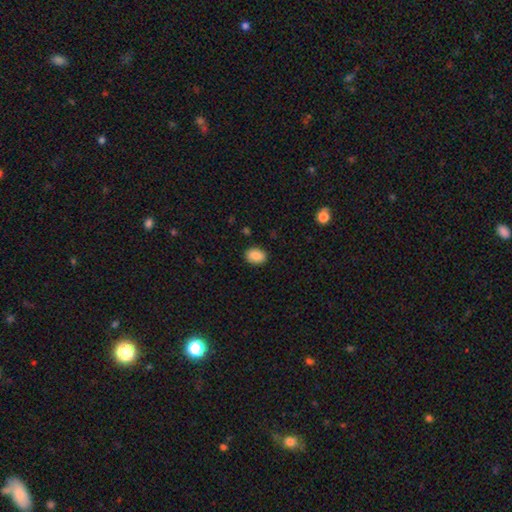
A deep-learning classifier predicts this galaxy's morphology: This is clearly a smooth galaxy (88%). How rounded: likely in between (70%). Merging: clearly none (89%).